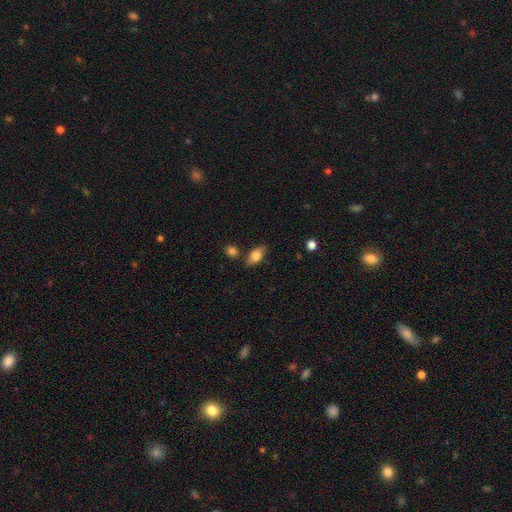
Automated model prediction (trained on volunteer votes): Q: Smooth or featured?
A: smooth (78%); runner-up: featured or disk (15%)
Q: How rounded?
A: in between (87%); runner-up: cigar-shaped (8%)
Q: Merging?
A: none (77%); runner-up: minor disturbance (14%)